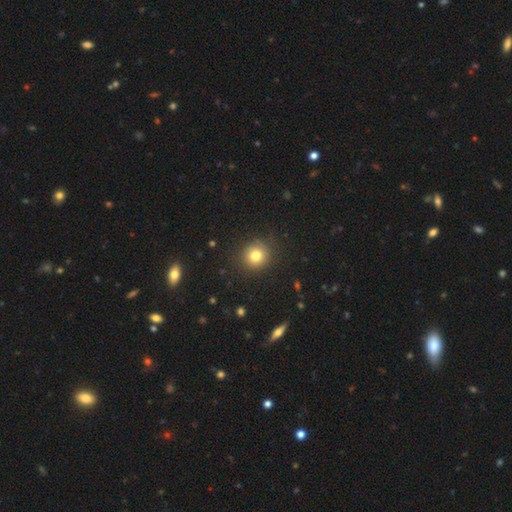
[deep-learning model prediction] smooth-or-featured: smooth: 80% | star or artifact: 12% | featured or disk: 8%
  how-rounded: round: 90% | in between: 9% | cigar-shaped: 1%
  merging: none: 88% | minor disturbance: 8% | major disturbance: 3% | merger: 1%